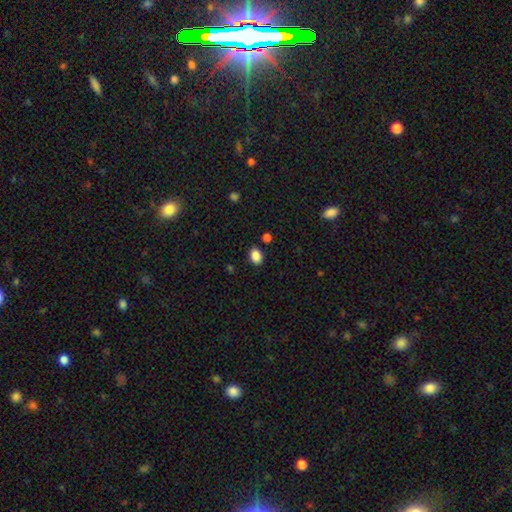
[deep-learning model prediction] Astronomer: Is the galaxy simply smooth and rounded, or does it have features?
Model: smooth — 87%.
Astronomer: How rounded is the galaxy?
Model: in between — 71%.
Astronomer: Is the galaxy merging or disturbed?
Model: none — 84%.